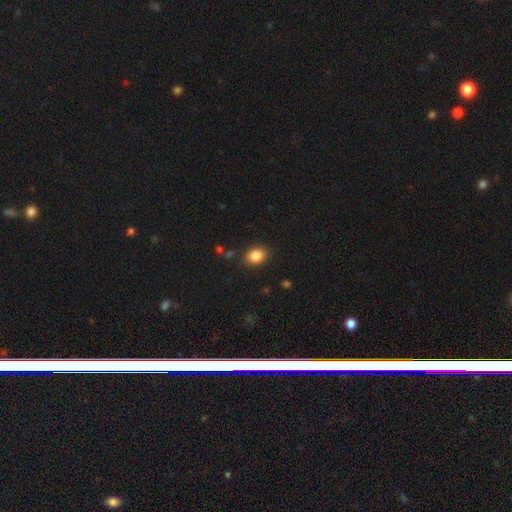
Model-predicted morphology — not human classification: Smooth or featured? smooth (86%)
How rounded? in between (66%)
Merging? none (86%)